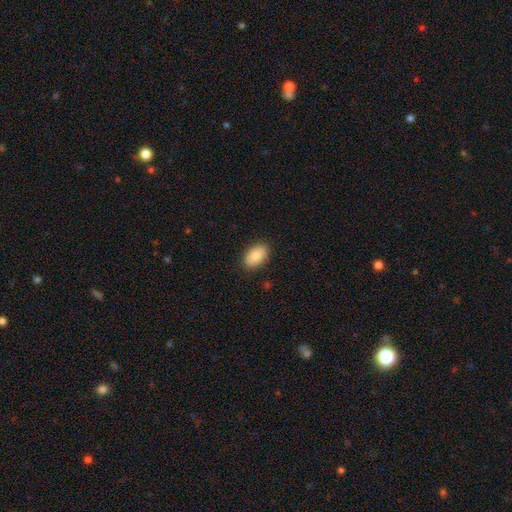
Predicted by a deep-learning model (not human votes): A smooth galaxy with no disk features (85%) that is in between round and cigar-shaped (92%).

Vote fractions:
- Smooth or featured? smooth: 85% / featured or disk: 9% / star or artifact: 7%
- How rounded? in between: 92% / round: 6% / cigar-shaped: 2%
- Merging? none: 88% / minor disturbance: 9% / major disturbance: 2% / merger: 1%